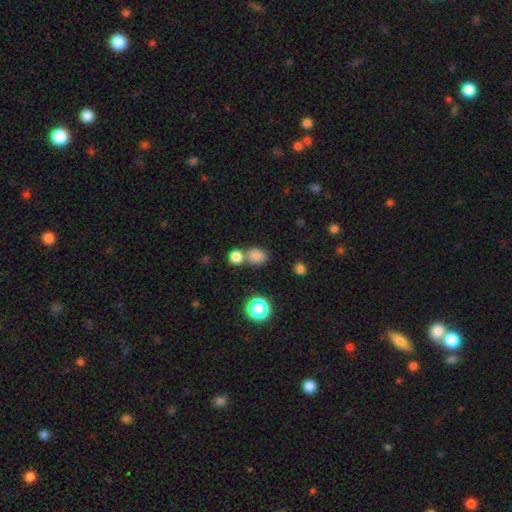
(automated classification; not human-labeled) smooth_or_featured: smooth (p=0.78) [alt: star or artifact p=0.15]
how_rounded: round (p=0.60) [alt: in between p=0.39]
merging: none (p=0.57) [alt: merger p=0.30]